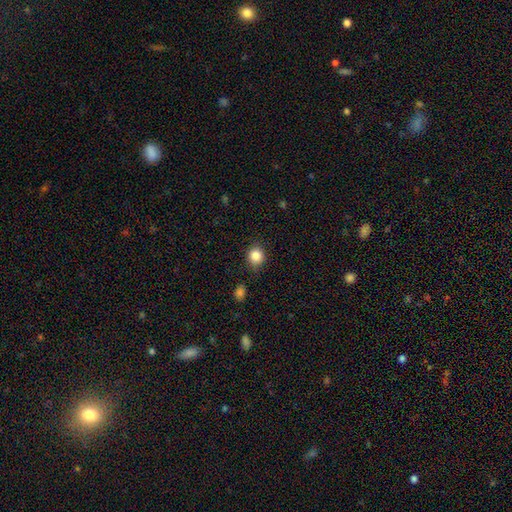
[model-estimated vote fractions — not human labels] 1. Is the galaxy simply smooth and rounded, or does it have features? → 85% smooth, 10% star or artifact, 5% featured or disk.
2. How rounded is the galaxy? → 82% round, 17% in between, 1% cigar-shaped.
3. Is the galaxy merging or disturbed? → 85% none, 10% minor disturbance, 3% major disturbance, 2% merger.